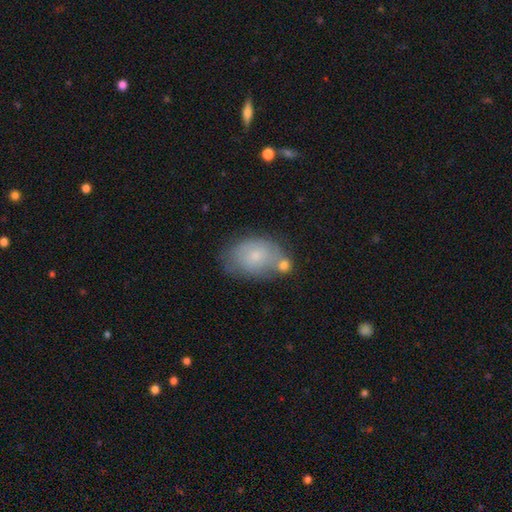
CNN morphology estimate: Overall: smooth (63%; featured or disk 28%). How rounded: in between (80%). Merging: none (54%; minor disturbance 24%).